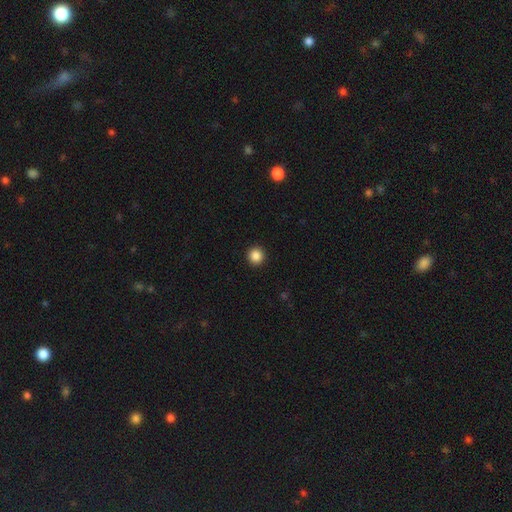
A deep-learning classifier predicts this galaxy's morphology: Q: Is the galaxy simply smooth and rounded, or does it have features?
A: smooth — 86%.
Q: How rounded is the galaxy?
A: round — 96%.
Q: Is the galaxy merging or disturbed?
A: none — 94%.